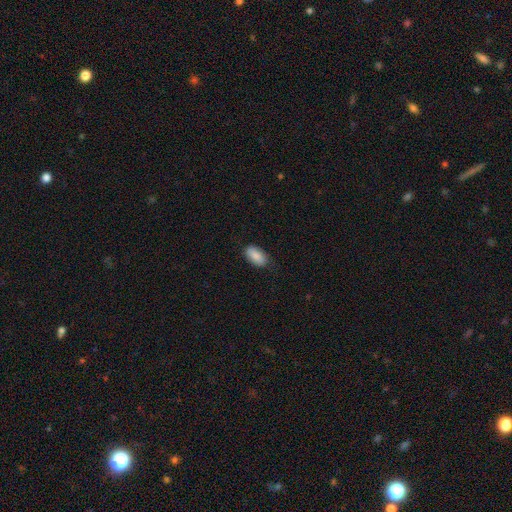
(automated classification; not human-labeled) Q: Smooth or featured?
A: smooth (87%); runner-up: featured or disk (6%)
Q: How rounded?
A: in between (94%); runner-up: round (3%)
Q: Merging?
A: none (82%); runner-up: minor disturbance (15%)